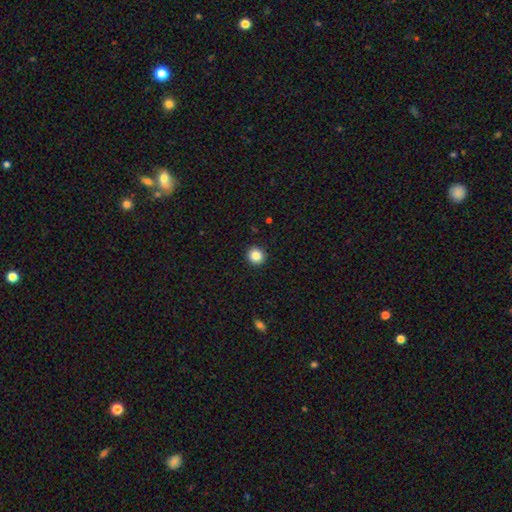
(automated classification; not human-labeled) smooth 85%, star or artifact 10%, featured or disk 4%. Down the decision tree: how rounded — round (92%); merging — none (93%).